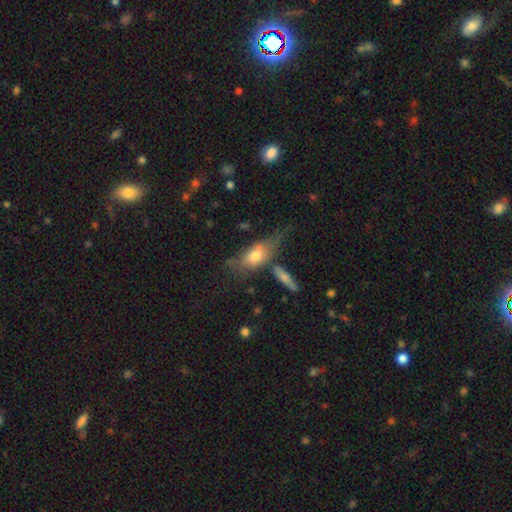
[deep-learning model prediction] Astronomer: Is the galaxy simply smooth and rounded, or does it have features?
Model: smooth — 64%.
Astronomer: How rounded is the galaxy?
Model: in between — 81%.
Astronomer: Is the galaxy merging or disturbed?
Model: none — 33% (runner-up: minor disturbance, 25%).